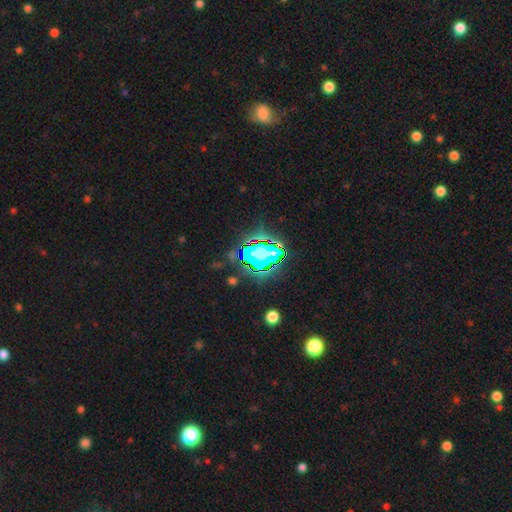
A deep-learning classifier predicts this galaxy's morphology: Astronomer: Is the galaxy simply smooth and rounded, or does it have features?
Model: star or artifact — 76%.